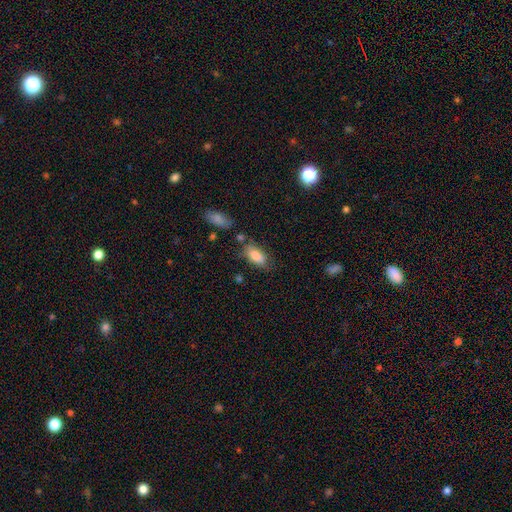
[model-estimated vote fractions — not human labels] Smooth or featured: smooth — 82% (featured or disk — 10%)
How rounded: in between — 88% (cigar-shaped — 10%)
Merging: none — 65% (minor disturbance — 21%)